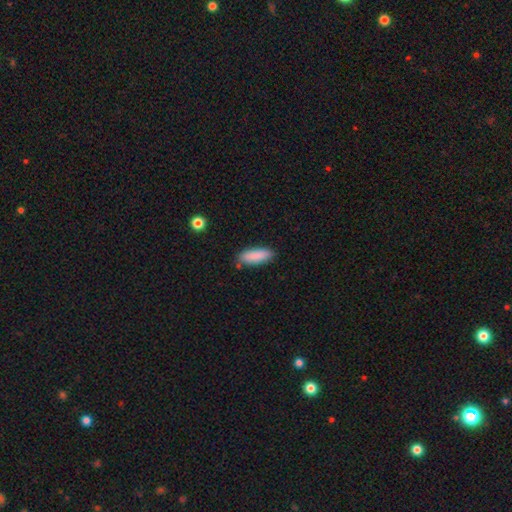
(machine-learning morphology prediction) smooth_or_featured: smooth (p=0.88) [alt: star or artifact p=0.06]
how_rounded: in between (p=0.61) [alt: cigar-shaped p=0.38]
merging: none (p=0.82) [alt: minor disturbance p=0.13]